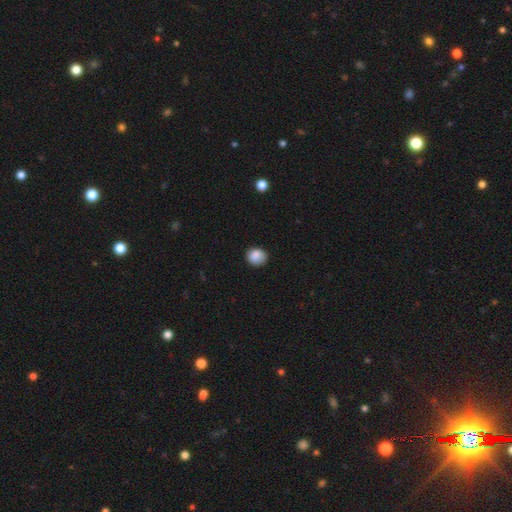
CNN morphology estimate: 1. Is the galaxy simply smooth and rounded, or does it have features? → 87% smooth, 9% star or artifact, 4% featured or disk.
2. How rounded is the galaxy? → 73% round, 26% in between, 1% cigar-shaped.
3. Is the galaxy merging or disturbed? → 81% none, 15% minor disturbance, 3% major disturbance, 1% merger.